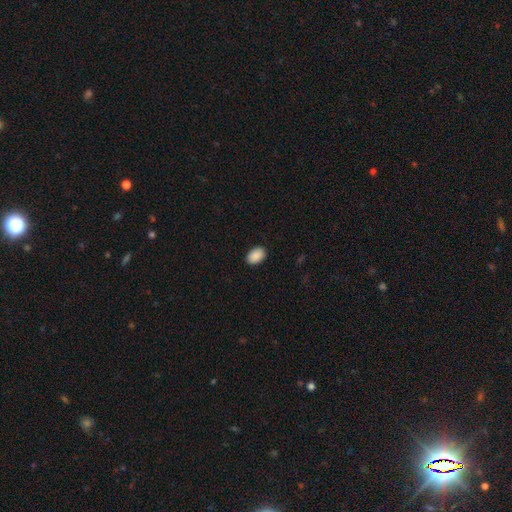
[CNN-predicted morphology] smooth 91%, star or artifact 7%, featured or disk 3%. Down the decision tree: how rounded — in between (91%); merging — none (89%).